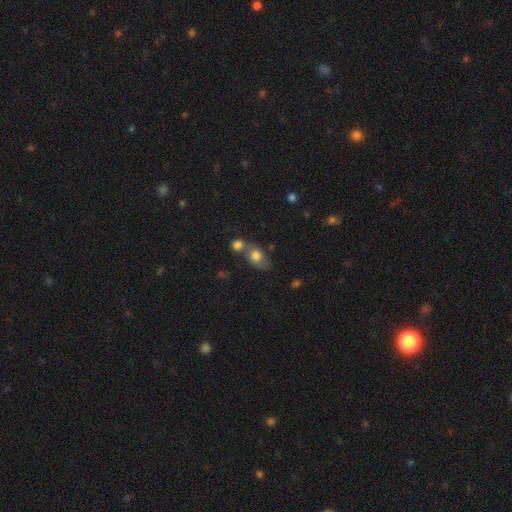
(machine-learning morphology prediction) smooth-or-featured: smooth: 75% | featured or disk: 16% | star or artifact: 9%
  how-rounded: in between: 73% | round: 24% | cigar-shaped: 3%
  merging: merger: 44% | none: 37% | minor disturbance: 13% | major disturbance: 6%